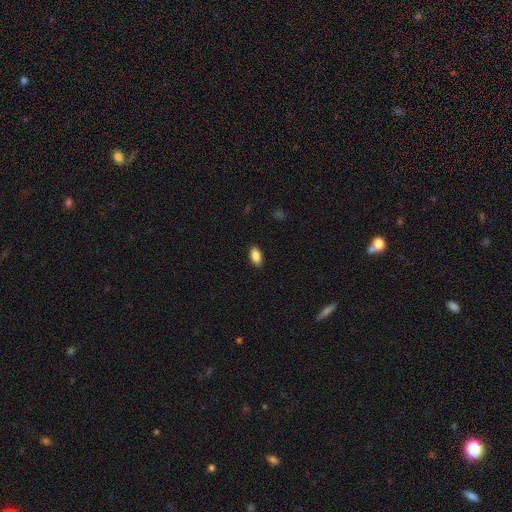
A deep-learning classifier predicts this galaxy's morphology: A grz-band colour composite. It shows a smooth galaxy with no disk features (88%) that is in between round and cigar-shaped (92%). Merging: none (89%).